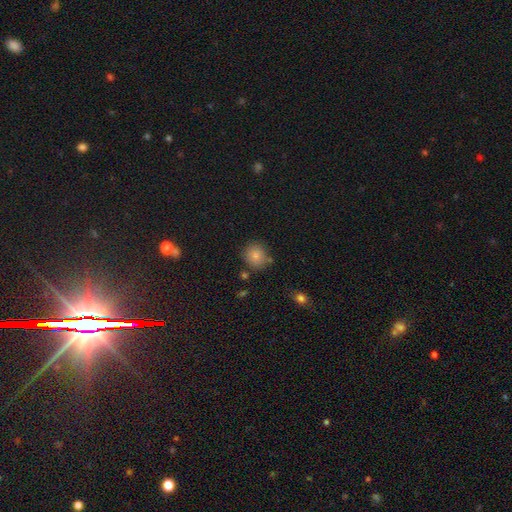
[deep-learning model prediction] This is clearly a smooth galaxy (83%). How rounded: clearly round (81%). Merging: likely none (73%).